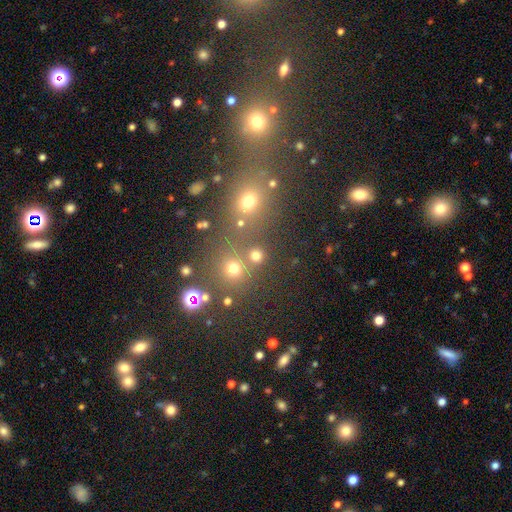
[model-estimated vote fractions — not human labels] Q: Smooth or featured?
A: smooth (74%); runner-up: star or artifact (19%)
Q: How rounded?
A: round (90%); runner-up: in between (9%)
Q: Merging?
A: none (71%); runner-up: merger (18%)